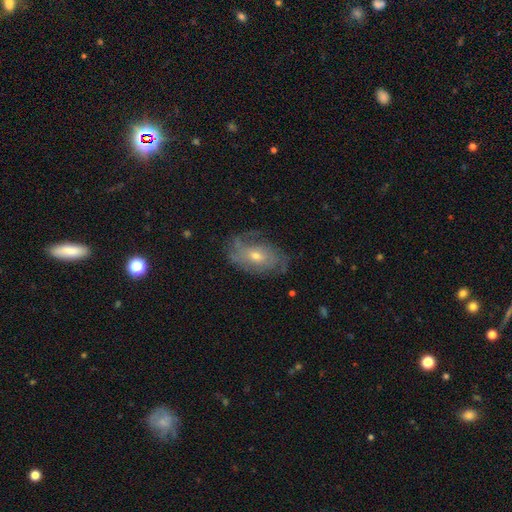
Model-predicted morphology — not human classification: featured or disk 72%, smooth 19%, star or artifact 8%. Down the decision tree: edge-on disk — no (94%); bar — no (71%); spiral arms — yes (83%); spiral arm count — can't tell (43%); spiral winding — tight (48%); bulge size — moderate (48%, tied with small); merging — none (66%).